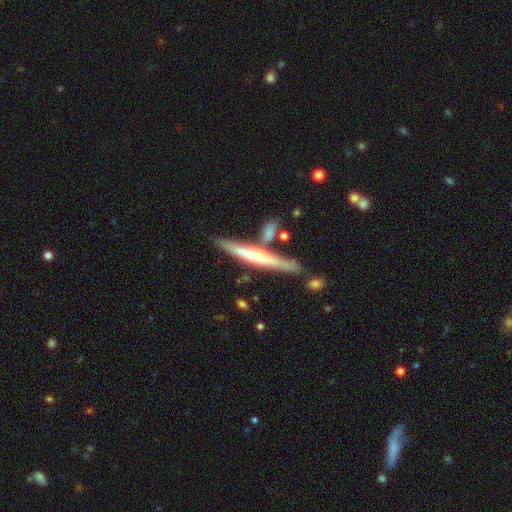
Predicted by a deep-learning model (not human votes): Overall: featured or disk (60%; smooth 34%). Edge-on disk: yes (94%). Edge-on bulge: rounded (58%; none 33%). Merging: none (72%).